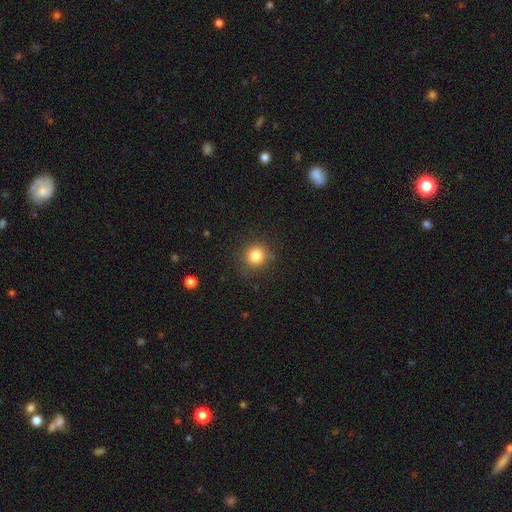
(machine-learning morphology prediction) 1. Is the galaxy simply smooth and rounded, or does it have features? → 83% smooth, 12% star or artifact, 6% featured or disk.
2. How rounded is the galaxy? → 88% round, 11% in between, 1% cigar-shaped.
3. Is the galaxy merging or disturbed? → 85% none, 11% minor disturbance, 3% major disturbance, 1% merger.